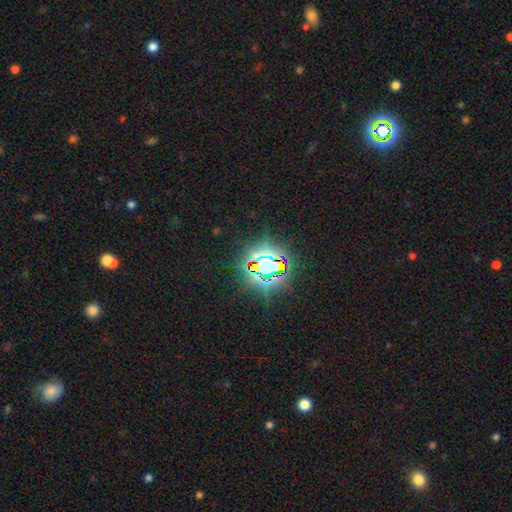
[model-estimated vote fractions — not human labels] Overall: star or artifact (85%).